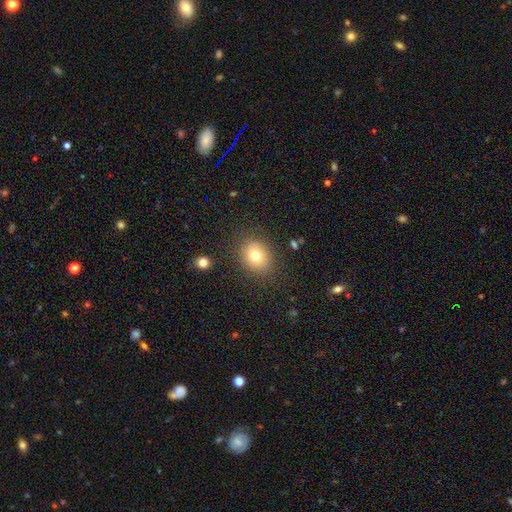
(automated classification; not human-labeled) This is likely a smooth galaxy (77%). How rounded: likely round (61%). Merging: clearly none (84%).